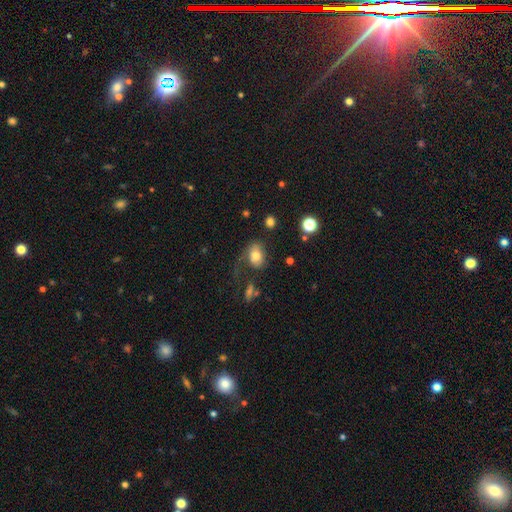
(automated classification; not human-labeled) This is likely a smooth galaxy (72%). How rounded: likely in between (76%). Merging: marginally none (40%).